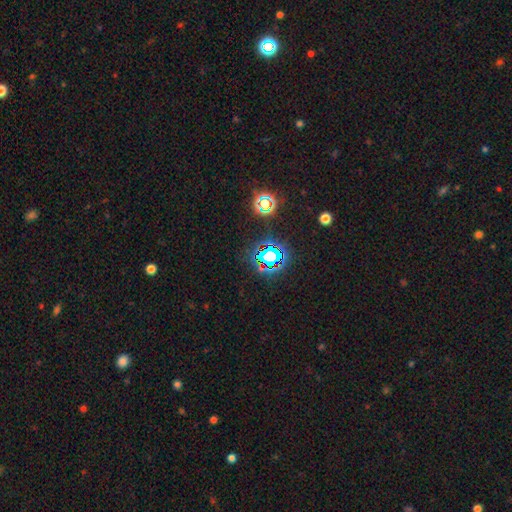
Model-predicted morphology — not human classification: Overall: star or artifact (80%).